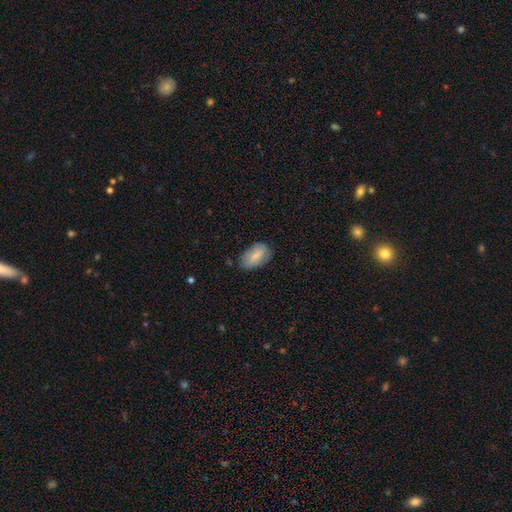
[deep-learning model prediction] Morphology: type=smooth (78%); roundness=in between (93%); merging=none (66%).